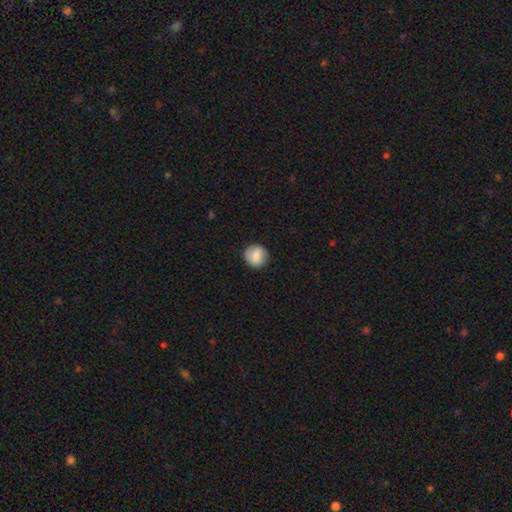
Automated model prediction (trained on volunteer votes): Smooth or featured? Predicted: smooth (p=0.79). How rounded? Predicted: round (p=0.89). Merging? Predicted: none (p=0.85).